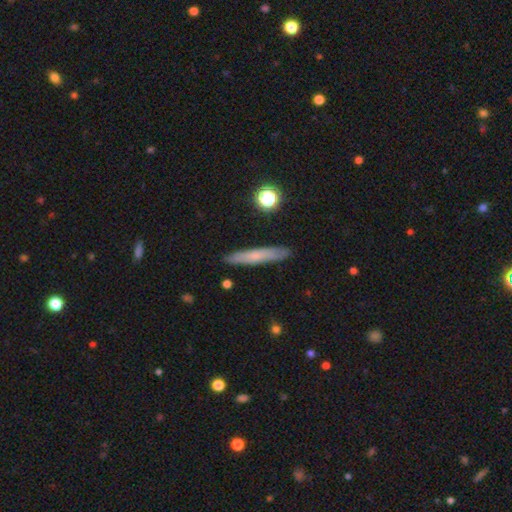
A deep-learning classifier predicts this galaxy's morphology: smooth 61%, featured or disk 32%, star or artifact 7%. Down the decision tree: how rounded — cigar-shaped (92%); merging — none (88%).